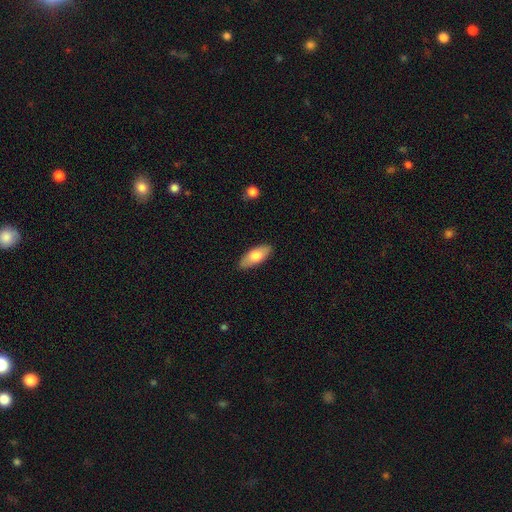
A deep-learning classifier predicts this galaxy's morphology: Overall: smooth (74%). How rounded: in between (81%). Merging: none (88%).